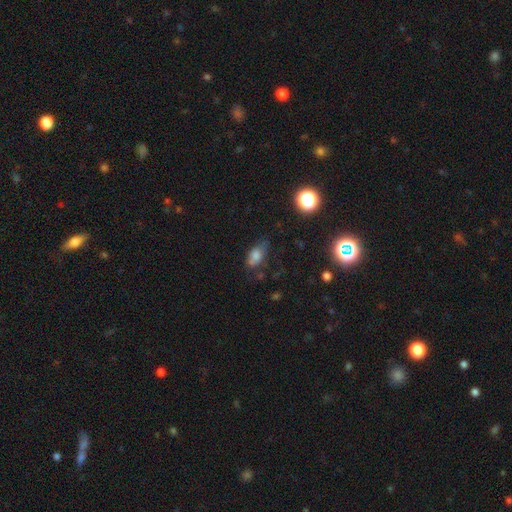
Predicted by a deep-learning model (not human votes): smooth 70%, featured or disk 17%, star or artifact 13%. Down the decision tree: how rounded — in between (83%); merging — none (52%).